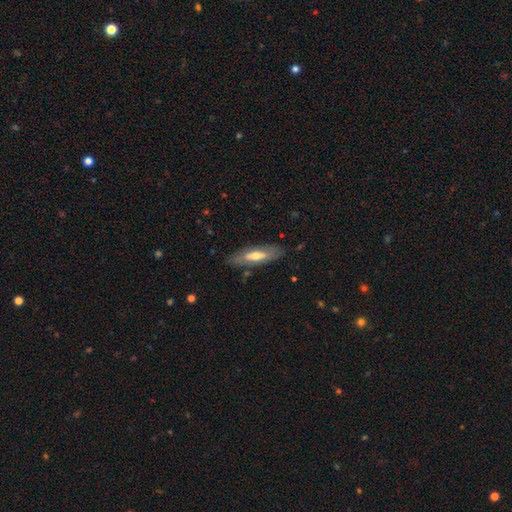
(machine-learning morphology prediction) Smooth or featured? featured or disk (50%)
Merging? none (82%)